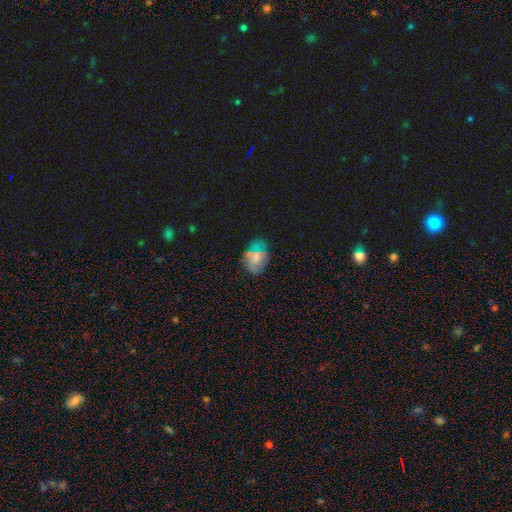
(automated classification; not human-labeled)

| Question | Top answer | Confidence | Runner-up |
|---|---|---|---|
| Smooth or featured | smooth | 66% | featured or disk (20%) |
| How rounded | in between | 81% | round (17%) |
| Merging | none | 67% | minor disturbance (24%) |